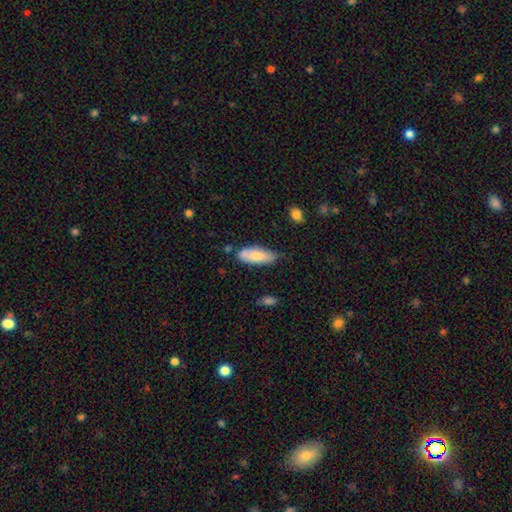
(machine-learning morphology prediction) Smooth or featured: smooth — 75% (featured or disk — 19%)
How rounded: in between — 74% (cigar-shaped — 24%)
Merging: none — 56% (minor disturbance — 33%)